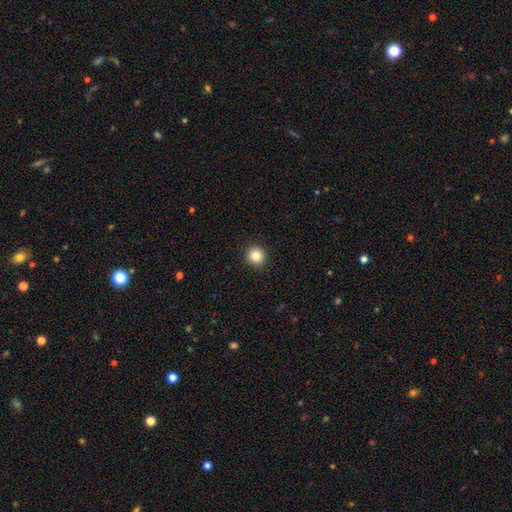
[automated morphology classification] smooth-or-featured: smooth: 85% | star or artifact: 10% | featured or disk: 5%
  how-rounded: round: 94% | in between: 5% | cigar-shaped: 1%
  merging: none: 93% | minor disturbance: 4% | major disturbance: 2% | merger: 1%